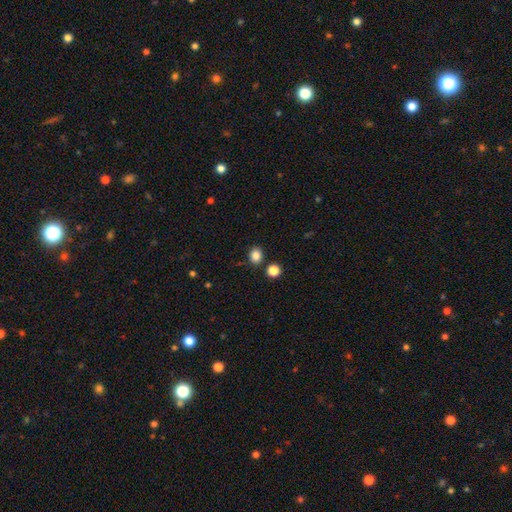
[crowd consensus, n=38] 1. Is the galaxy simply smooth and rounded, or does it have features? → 87% smooth, 8% star or artifact, 5% featured or disk.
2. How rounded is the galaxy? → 76% round, 24% in between, 0% cigar-shaped.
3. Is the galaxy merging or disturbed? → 83% none, 11% minor disturbance, 3% major disturbance, 3% merger.